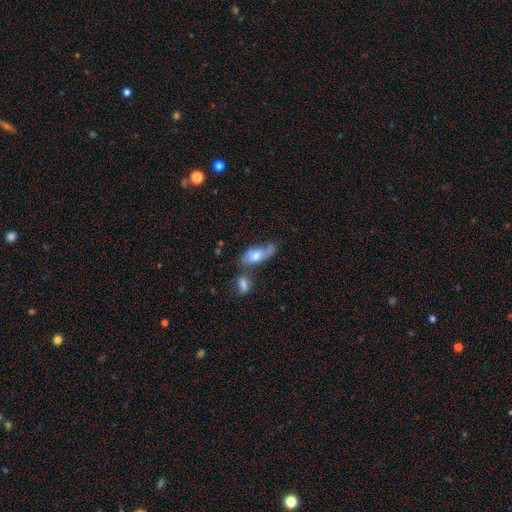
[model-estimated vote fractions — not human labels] This is possibly a smooth galaxy (56%). How rounded: clearly in between (81%). Merging: marginally none (38%).